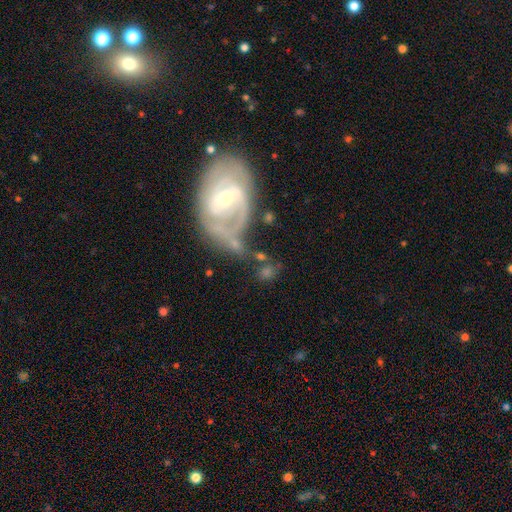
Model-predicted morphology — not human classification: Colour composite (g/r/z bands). It shows a featured or disk galaxy (64%) with a weak bar (47%), spiral arms (65%) and a small central bulge (48%). Merging: none (40%).